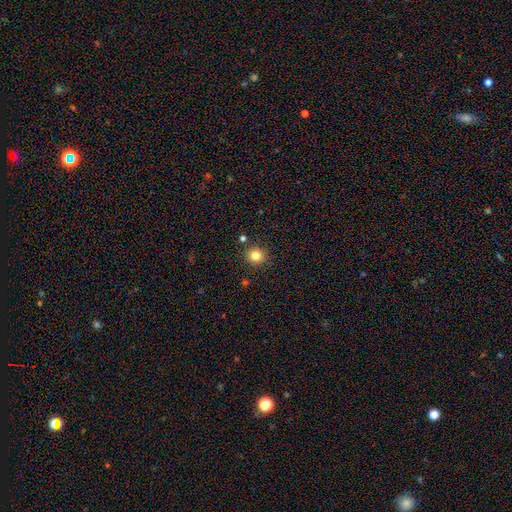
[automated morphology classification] A smooth galaxy with no disk features (82%) that is round (92%).

Vote fractions:
- Smooth or featured? smooth: 82% / star or artifact: 12% / featured or disk: 6%
- How rounded? round: 92% / in between: 7% / cigar-shaped: 1%
- Merging? none: 89% / minor disturbance: 6% / merger: 3% / major disturbance: 2%